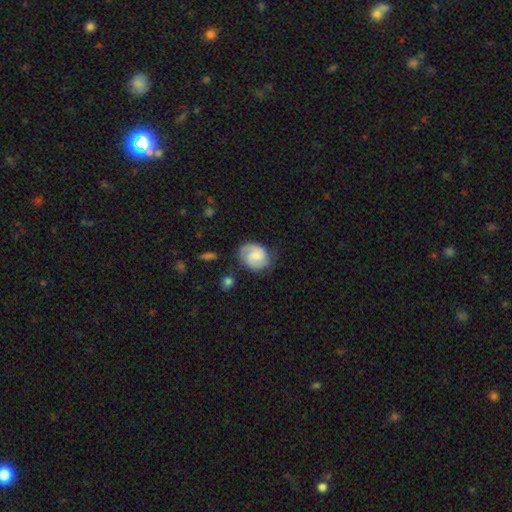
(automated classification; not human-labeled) This appears to be a featured or disk galaxy (59%) with no bar (48%), 2 (75%) medium (42%, tied with tight) spiral arms (92%) and a small central bulge (43%). Merging: none (70%).